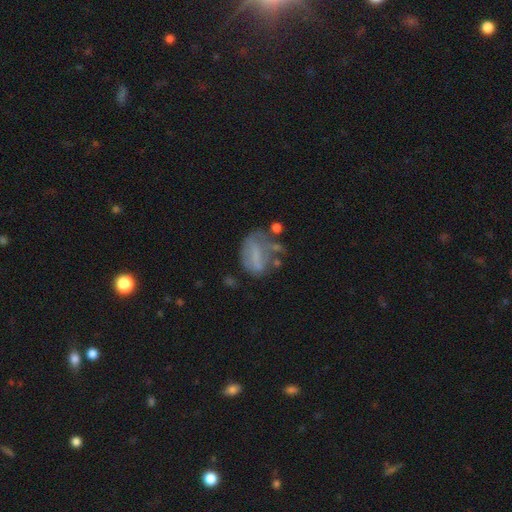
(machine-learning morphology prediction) Smooth or featured? smooth (44%)
Merging? major disturbance (33%)